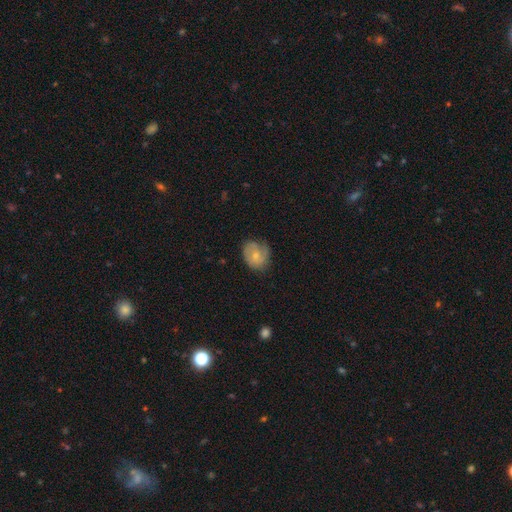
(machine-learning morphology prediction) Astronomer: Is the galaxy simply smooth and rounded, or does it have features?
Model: smooth — 50% (runner-up: featured or disk, 43%).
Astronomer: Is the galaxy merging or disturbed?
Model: none — 57%.